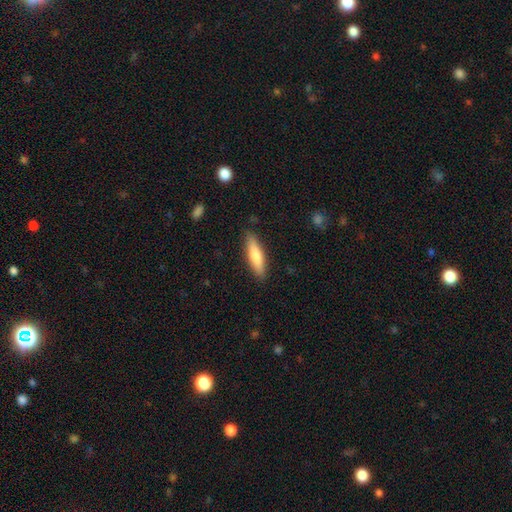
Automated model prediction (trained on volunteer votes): Q: Smooth or featured?
A: smooth (75%); runner-up: featured or disk (19%)
Q: How rounded?
A: cigar-shaped (72%); runner-up: in between (26%)
Q: Merging?
A: none (87%); runner-up: minor disturbance (10%)